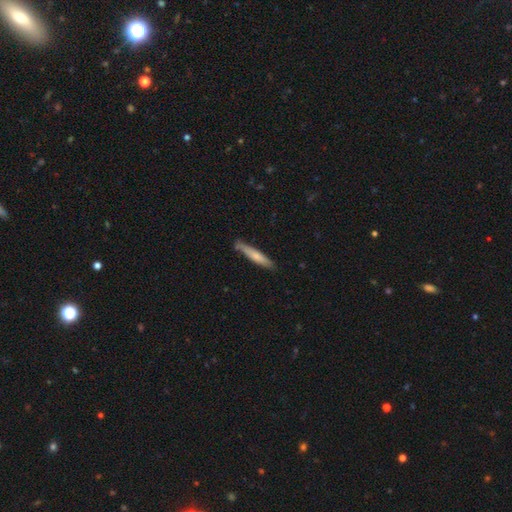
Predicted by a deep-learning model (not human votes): Smooth or featured? Predicted: smooth (p=0.65). How rounded? Predicted: cigar-shaped (p=0.92). Merging? Predicted: none (p=0.79).